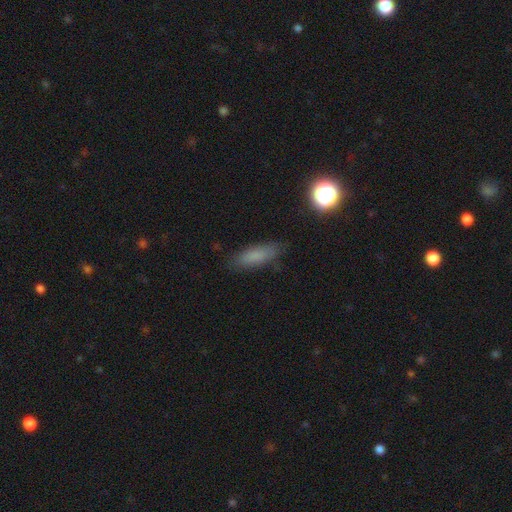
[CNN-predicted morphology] Smooth or featured? smooth (79%)
How rounded? in between (52%)
Merging? none (81%)